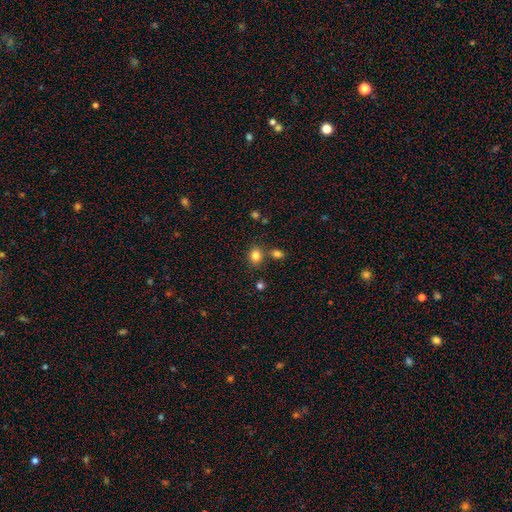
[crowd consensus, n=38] Volunteers were most divided on "how rounded": round: 63%, in between: 37%, cigar-shaped: 0%. More confident: smooth or featured — smooth (92%); merging — none (69%).